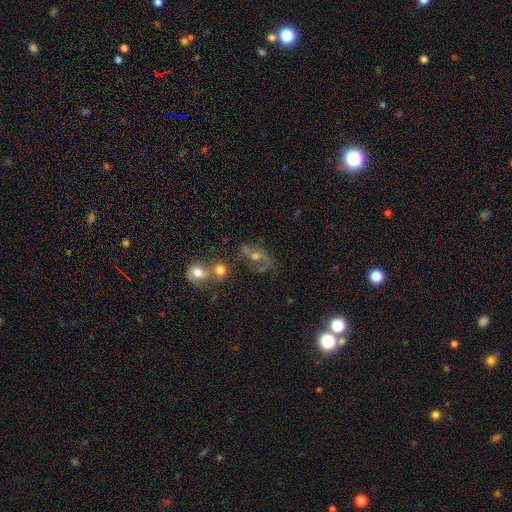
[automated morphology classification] Overall: featured or disk (45%; smooth 32%). Merging: none (42%; merger 25%).